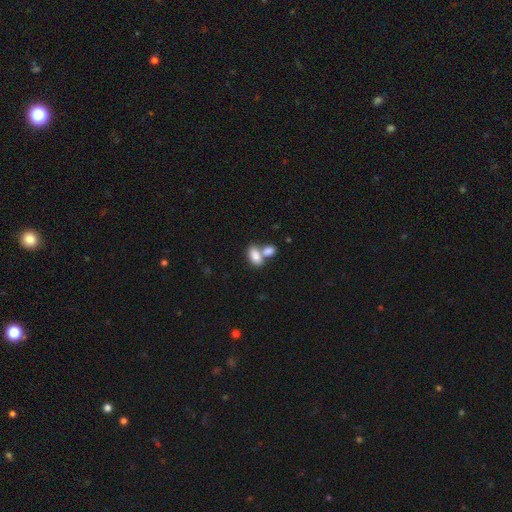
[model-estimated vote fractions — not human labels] This is clearly a smooth galaxy (83%). How rounded: clearly in between (90%). Merging: possibly merger (59%).